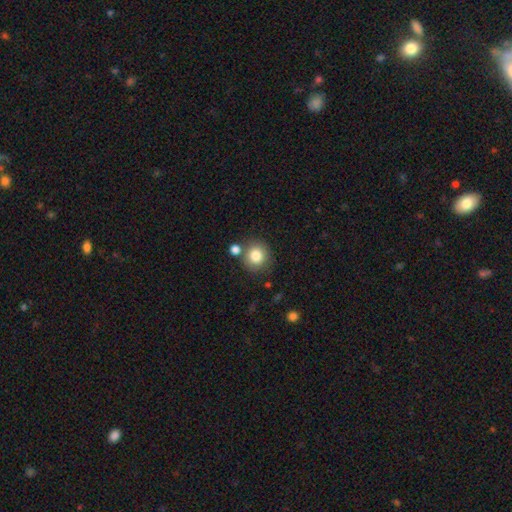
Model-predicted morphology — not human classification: Smooth or featured? Predicted: smooth (p=0.82). How rounded? Predicted: round (p=0.89). Merging? Predicted: none (p=0.74).